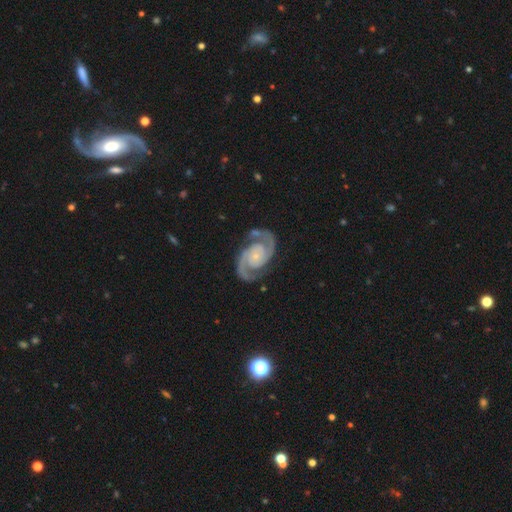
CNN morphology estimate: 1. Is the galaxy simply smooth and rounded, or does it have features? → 93% featured or disk, 4% star or artifact, 3% smooth.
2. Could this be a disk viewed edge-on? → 98% no, 2% yes.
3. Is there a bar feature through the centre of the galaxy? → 72% no, 20% weak, 9% strong.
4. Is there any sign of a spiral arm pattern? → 99% yes, 1% no.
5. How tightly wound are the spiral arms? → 51% medium, 41% tight, 8% loose.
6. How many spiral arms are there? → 95% 2, 1% can't tell, 1% 3, 1% 1, 1% 4, 1% more than 4.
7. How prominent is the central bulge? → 74% small, 15% moderate, 7% none, 2% large, 1% dominant.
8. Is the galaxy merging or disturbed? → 81% none, 12% minor disturbance, 4% major disturbance, 3% merger.